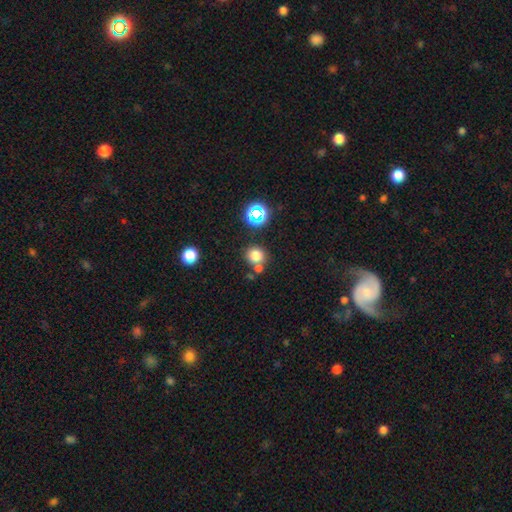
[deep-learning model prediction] Smooth or featured? smooth (76%)
How rounded? round (86%)
Merging? none (67%)